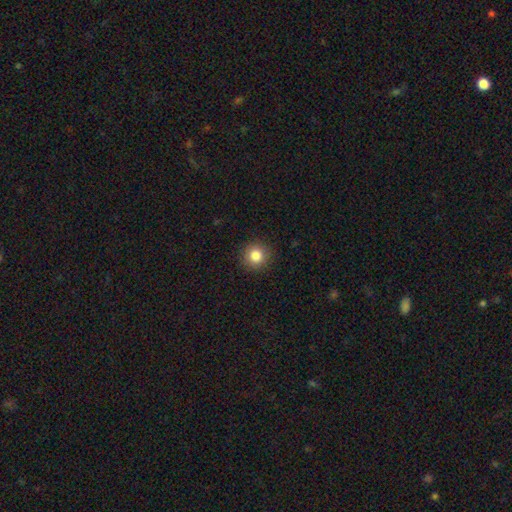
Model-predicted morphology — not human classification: Overall: smooth (85%). How rounded: round (94%). Merging: none (91%).